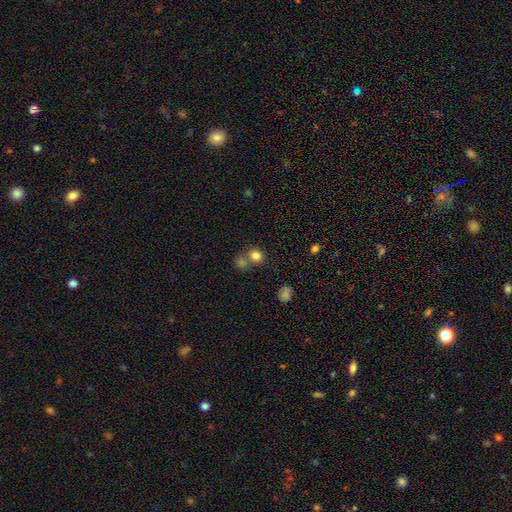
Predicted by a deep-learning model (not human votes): This is likely a smooth galaxy (80%). How rounded: clearly round (83%). Merging: possibly none (52%).